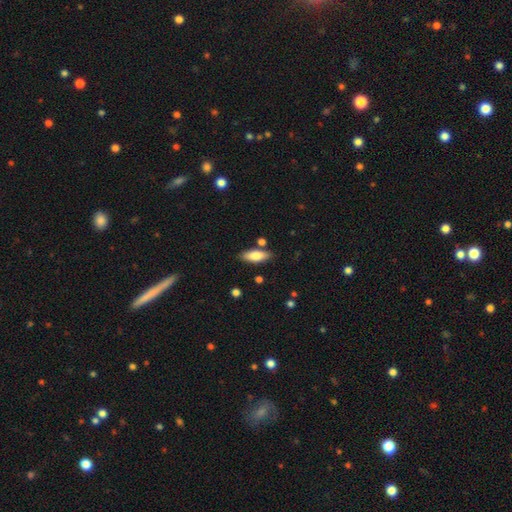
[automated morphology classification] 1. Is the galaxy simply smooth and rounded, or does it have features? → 73% smooth, 20% featured or disk, 6% star or artifact.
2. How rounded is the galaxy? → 66% in between, 31% cigar-shaped, 3% round.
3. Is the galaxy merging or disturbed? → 81% none, 11% minor disturbance, 5% merger, 2% major disturbance.